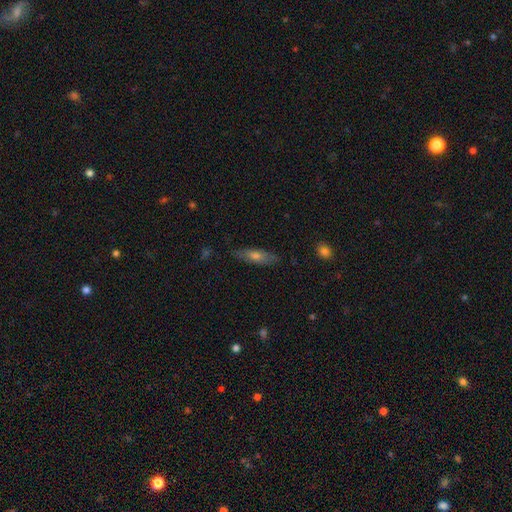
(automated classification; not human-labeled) Smooth or featured? smooth (56%)
How rounded? cigar-shaped (61%)
Merging? none (84%)